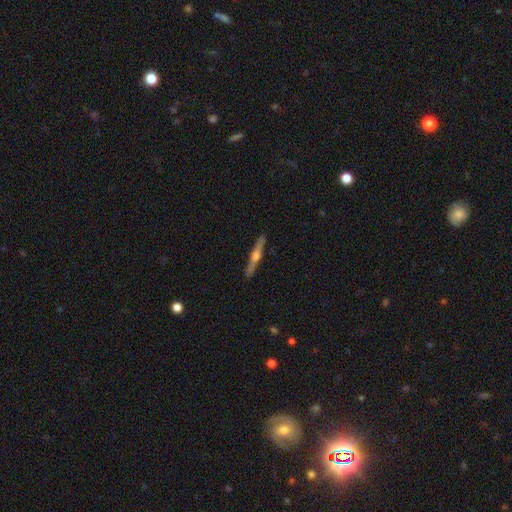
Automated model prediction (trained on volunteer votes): Smooth or featured? Predicted: featured or disk (p=0.73). Edge-on disk? Predicted: yes (p=0.98). Edge-on bulge? Predicted: rounded (p=0.89). Merging? Predicted: none (p=0.91).